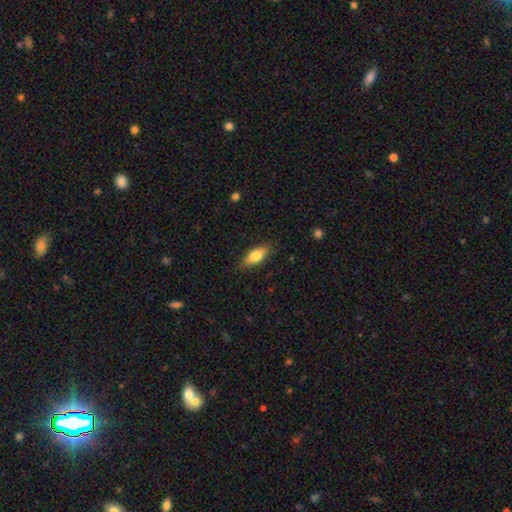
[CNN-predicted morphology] Smooth or featured? smooth (78%)
How rounded? in between (79%)
Merging? none (85%)